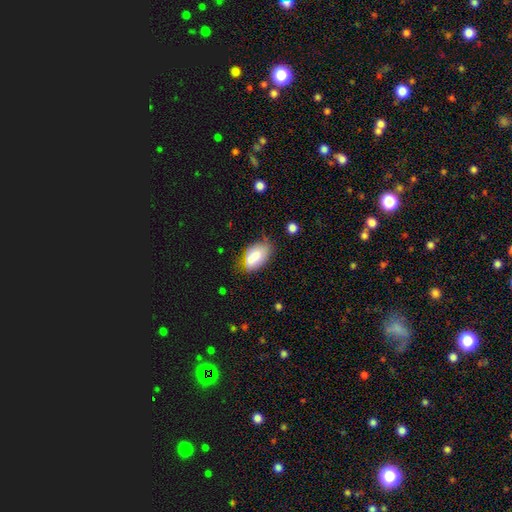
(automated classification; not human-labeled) A smooth galaxy with no disk features (77%) that is in between round and cigar-shaped (93%). Merging: none (57%).